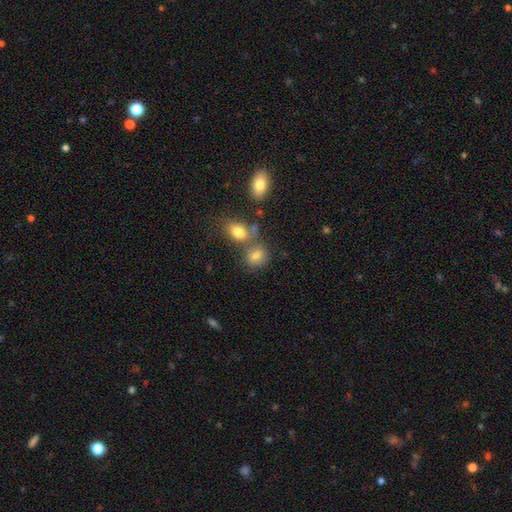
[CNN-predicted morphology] Smooth or featured: smooth — 76% (star or artifact — 13%)
How rounded: round — 59% (in between — 40%)
Merging: none — 58% (merger — 26%)